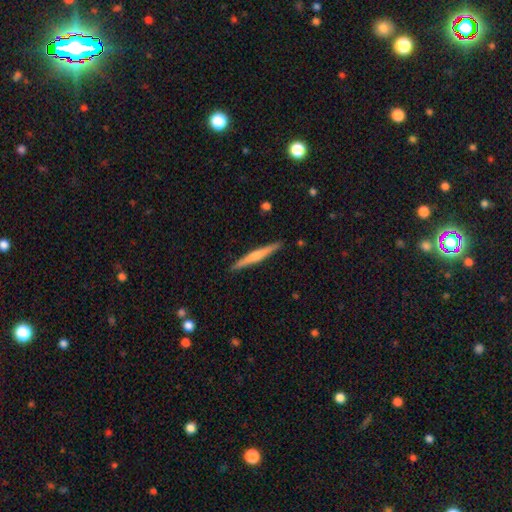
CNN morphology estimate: Smooth or featured: featured or disk — 51% (smooth — 44%)
Edge-on disk: yes — 97% (no — 3%)
Merging: none — 91% (minor disturbance — 7%)